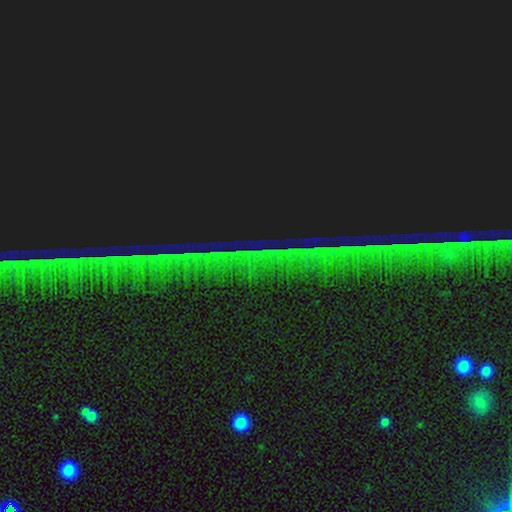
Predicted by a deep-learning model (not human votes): The model was most divided on "smooth or featured": star or artifact: 84%, featured or disk: 8%, smooth: 8%.